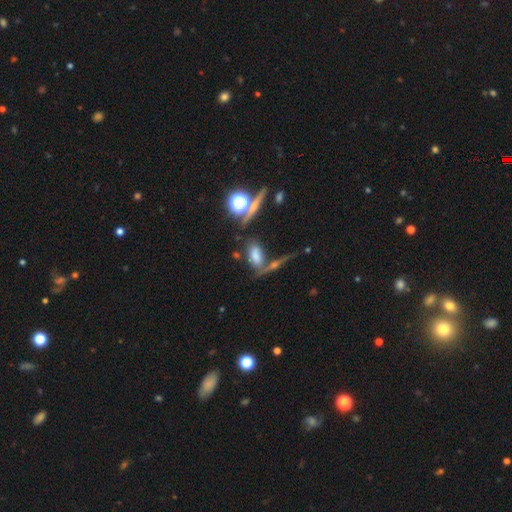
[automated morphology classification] Smooth or featured? smooth (67%)
How rounded? in between (85%)
Merging? none (46%)